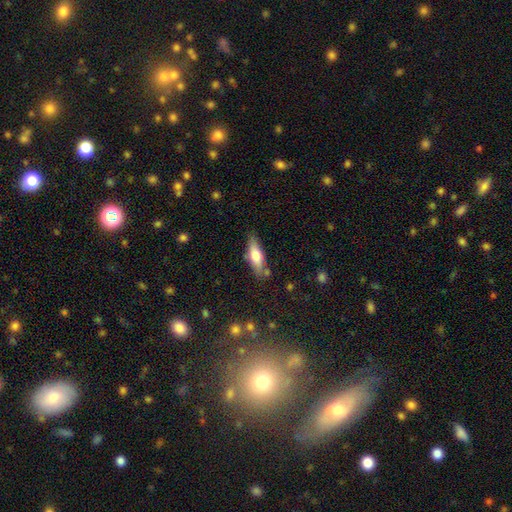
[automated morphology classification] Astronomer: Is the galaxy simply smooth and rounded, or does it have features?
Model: smooth — 60%.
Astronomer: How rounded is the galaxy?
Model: in between — 53% (runner-up: cigar-shaped, 44%).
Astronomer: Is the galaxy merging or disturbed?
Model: none — 76%.